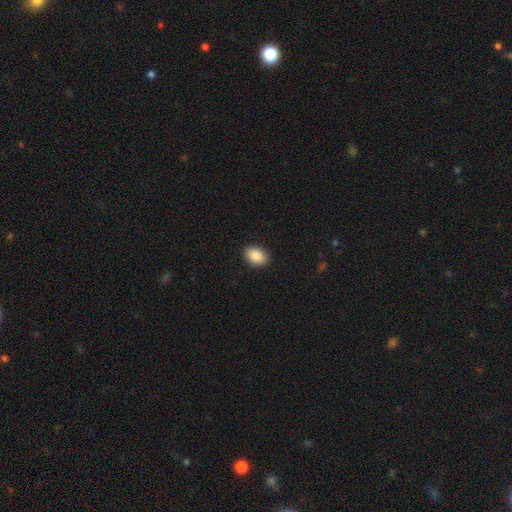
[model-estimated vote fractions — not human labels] The model was most divided on "how rounded": in between: 80%, round: 19%, cigar-shaped: 1%. More confident: merging — none (90%); smooth or featured — smooth (89%).